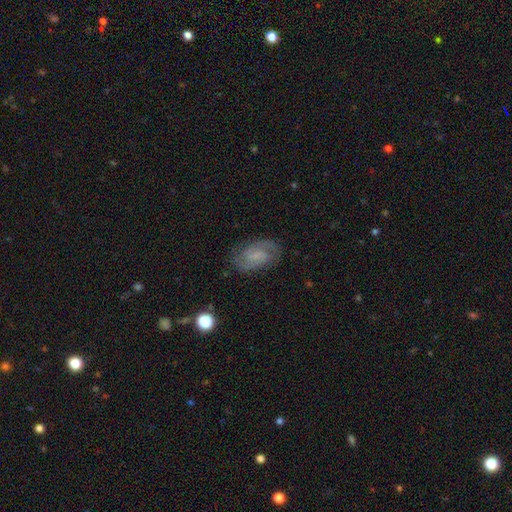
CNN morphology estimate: This is likely a featured or disk galaxy (77%). It is clearly not viewed edge-on (97%). Bar: possibly weak (52%). Spiral arm pattern: clearly yes (95%). Spiral arm count: clearly 2 (86%). Spiral winding: possibly medium (50%). Central bulge: marginally small (45%). Merging: clearly none (80%).